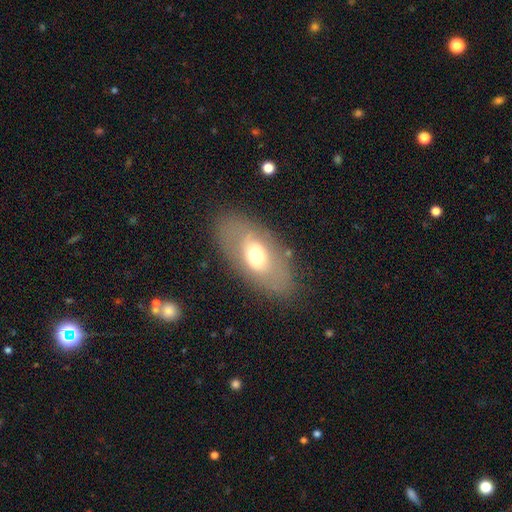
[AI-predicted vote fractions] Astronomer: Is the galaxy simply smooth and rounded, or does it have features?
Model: smooth — 52% (runner-up: featured or disk, 39%).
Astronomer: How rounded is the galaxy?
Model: in between — 89%.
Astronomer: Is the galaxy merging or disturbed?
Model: none — 78%.